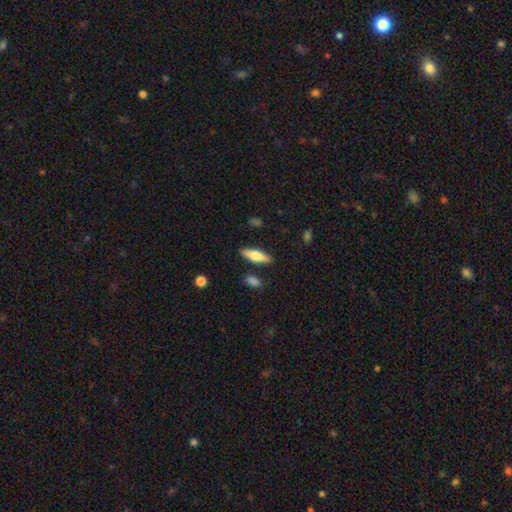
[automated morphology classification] Smooth or featured?
  - smooth: 52% *
  - featured or disk: 42%
  - star or artifact: 6%
How rounded?
  - cigar-shaped: 57% *
  - in between: 41%
  - round: 3%
Merging?
  - none: 86% *
  - minor disturbance: 9%
  - merger: 3%
  - major disturbance: 2%